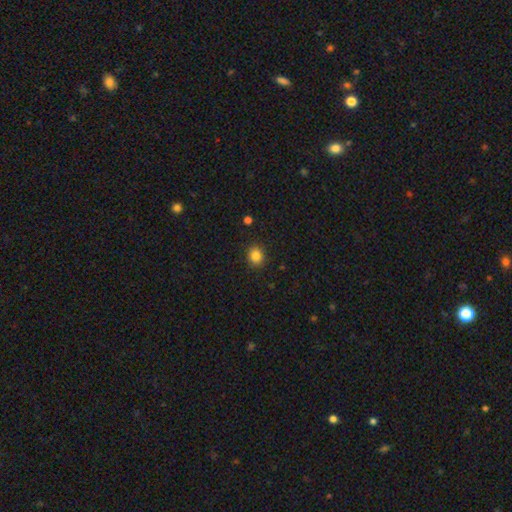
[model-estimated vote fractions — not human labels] Overall: smooth (84%). How rounded: round (76%). Merging: none (90%).